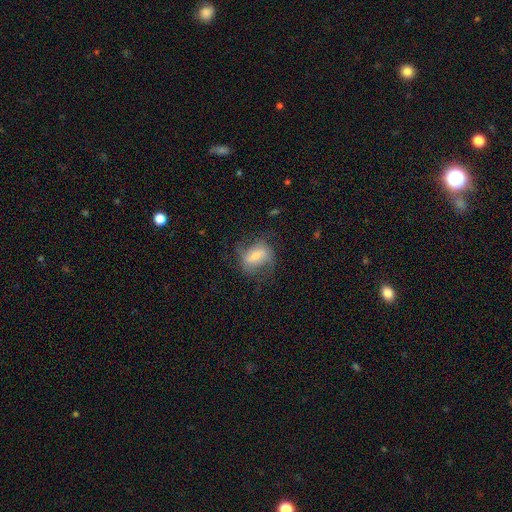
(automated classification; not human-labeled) featured or disk 53%, smooth 39%, star or artifact 9%. Down the decision tree: edge-on disk — no (93%); merging — none (59%).